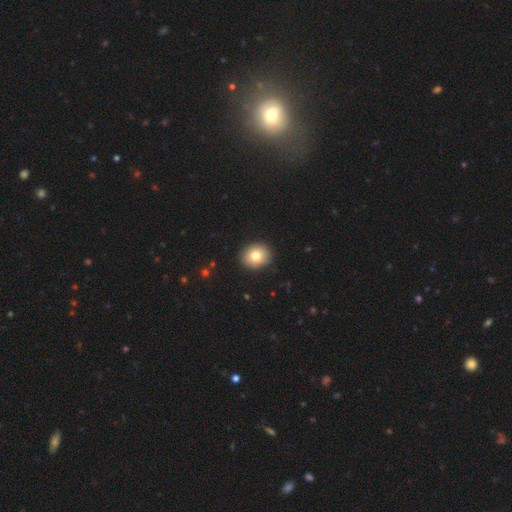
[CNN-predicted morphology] Smooth or featured? smooth (78%)
How rounded? round (74%)
Merging? none (90%)